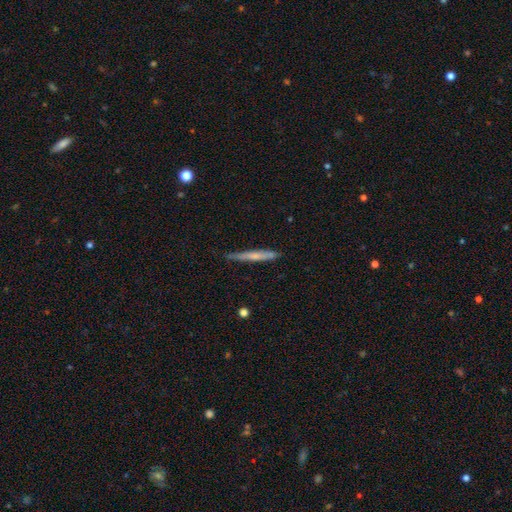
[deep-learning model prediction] smooth_or_featured: smooth (p=0.49) [alt: featured or disk p=0.44]
merging: none (p=0.81) [alt: minor disturbance p=0.15]